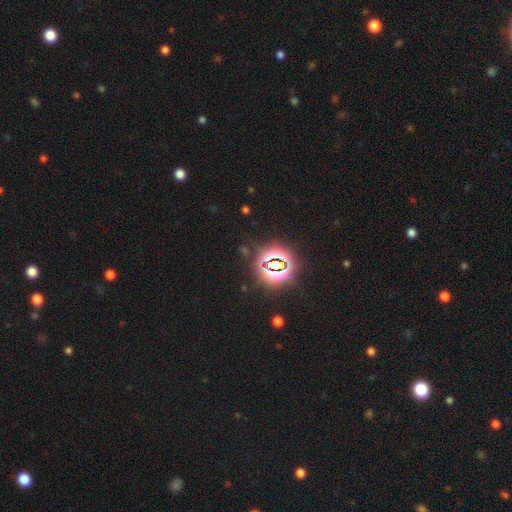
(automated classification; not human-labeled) star or artifact 83%, smooth 10%, featured or disk 6%.